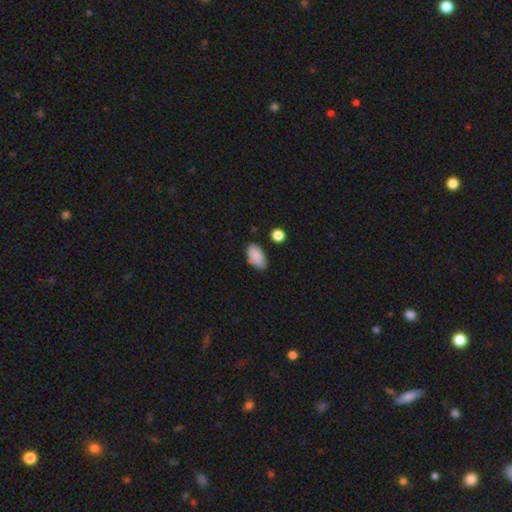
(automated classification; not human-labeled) smooth-or-featured: smooth: 87% | star or artifact: 8% | featured or disk: 5%
  how-rounded: in between: 93% | round: 5% | cigar-shaped: 2%
  merging: none: 73% | minor disturbance: 20% | major disturbance: 4% | merger: 3%